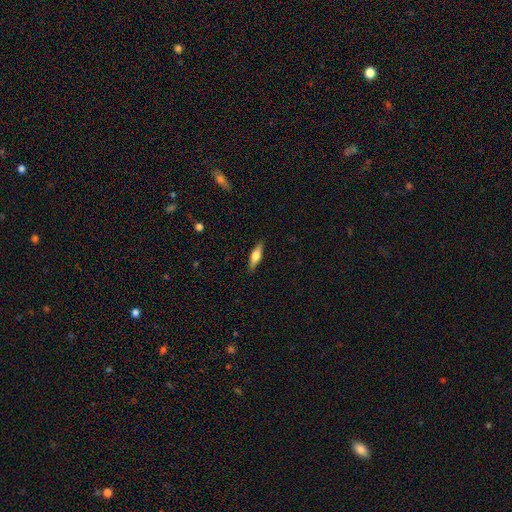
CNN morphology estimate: A smooth galaxy with no disk features (51%) that is cigar-shaped (63%).

Vote fractions:
- Smooth or featured? smooth: 51% / featured or disk: 43% / star or artifact: 6%
- How rounded? cigar-shaped: 63% / in between: 35% / round: 3%
- Merging? none: 88% / minor disturbance: 9% / major disturbance: 2% / merger: 1%